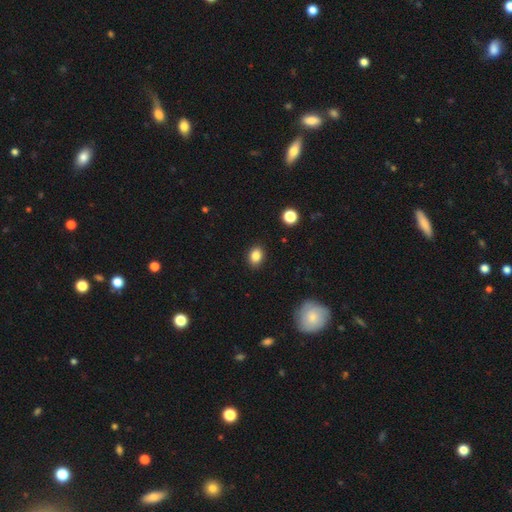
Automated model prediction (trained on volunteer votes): Morphology: type=smooth (85%); roundness=in between (61%); merging=none (89%).